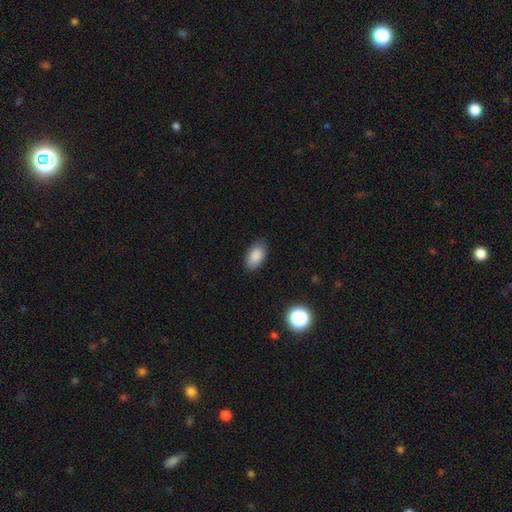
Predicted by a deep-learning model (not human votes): smooth-or-featured: smooth: 87% | star or artifact: 8% | featured or disk: 5%
  how-rounded: in between: 93% | round: 6% | cigar-shaped: 2%
  merging: none: 84% | minor disturbance: 13% | major disturbance: 3% | merger: 1%